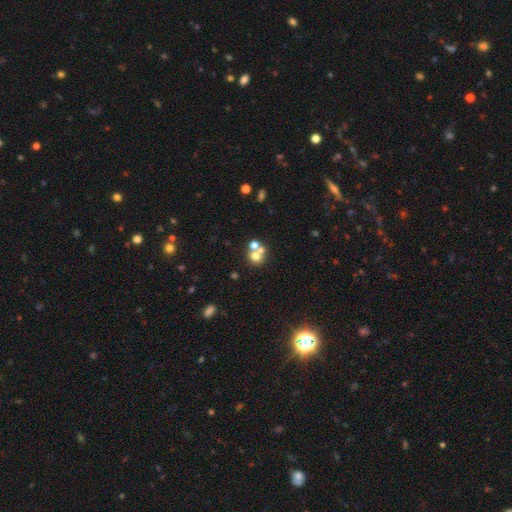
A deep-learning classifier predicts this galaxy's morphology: smooth-or-featured: smooth: 63% | featured or disk: 19% | star or artifact: 18%
  how-rounded: round: 83% | in between: 16% | cigar-shaped: 1%
  merging: none: 46% | merger: 43% | minor disturbance: 7% | major disturbance: 4%